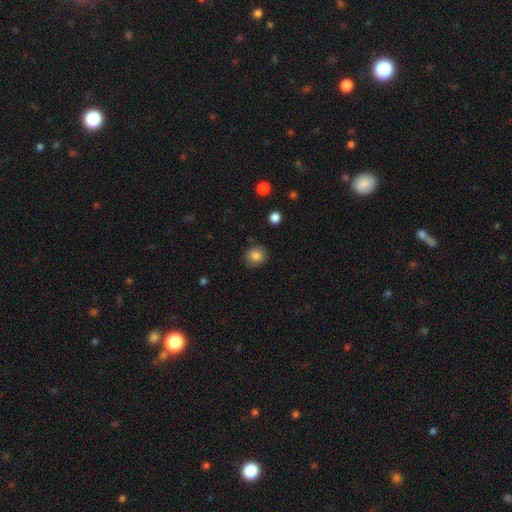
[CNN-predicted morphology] smooth_or_featured: smooth (p=0.84) [alt: star or artifact p=0.10]
how_rounded: round (p=0.77) [alt: in between p=0.22]
merging: none (p=0.84) [alt: minor disturbance p=0.11]